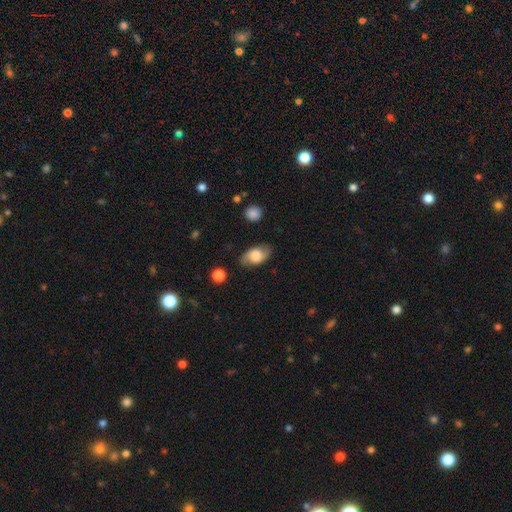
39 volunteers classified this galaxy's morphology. A smooth galaxy with no disk features (56%) that is in between round and cigar-shaped (95%). Merging: none (78%).